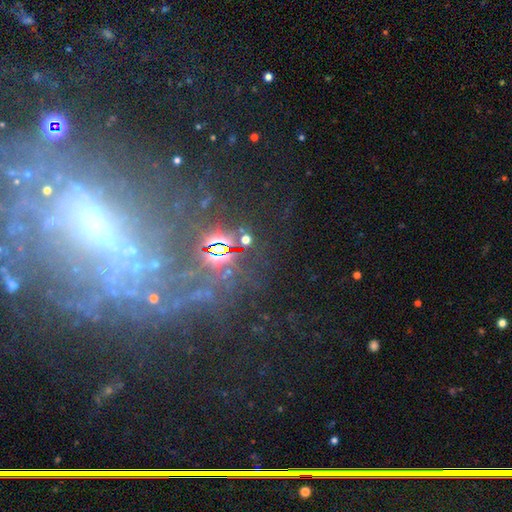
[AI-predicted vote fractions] This is possibly a featured or disk galaxy (56%). It is clearly not viewed edge-on (87%). Merging: possibly none (46%).